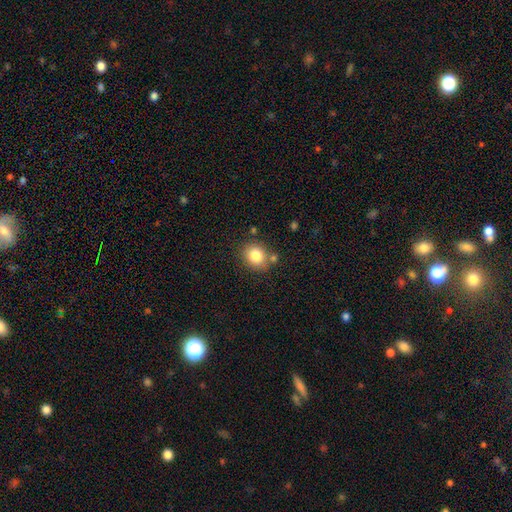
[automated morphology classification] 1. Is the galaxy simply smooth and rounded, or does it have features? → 81% smooth, 10% star or artifact, 9% featured or disk.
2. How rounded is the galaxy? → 71% round, 28% in between, 1% cigar-shaped.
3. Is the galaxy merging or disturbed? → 76% none, 12% minor disturbance, 9% merger, 3% major disturbance.